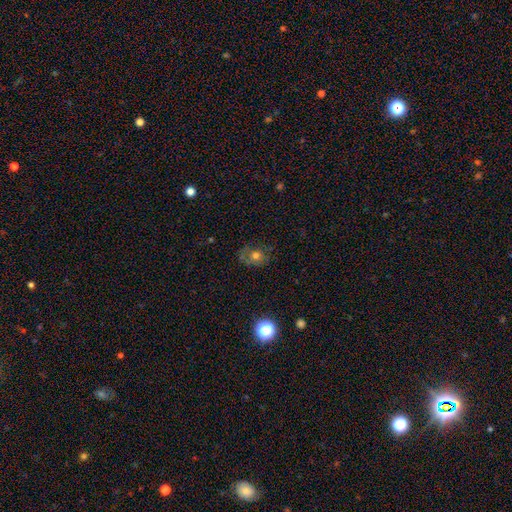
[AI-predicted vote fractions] Smooth or featured: smooth — 57% (featured or disk — 28%)
How rounded: round — 57% (in between — 42%)
Merging: none — 57% (minor disturbance — 24%)